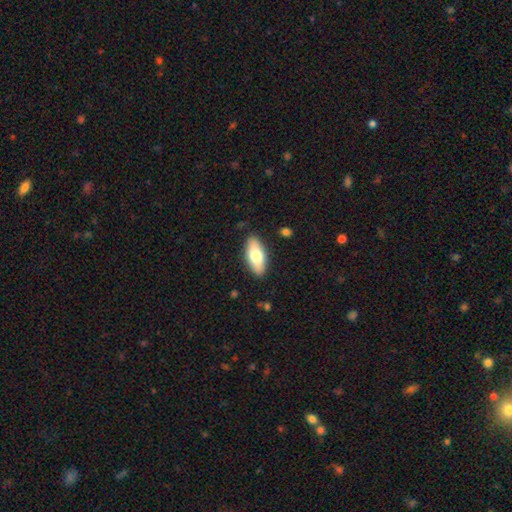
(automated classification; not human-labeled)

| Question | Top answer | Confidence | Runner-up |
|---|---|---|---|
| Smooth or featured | smooth | 72% | featured or disk (22%) |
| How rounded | in between | 84% | cigar-shaped (13%) |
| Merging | none | 88% | minor disturbance (9%) |